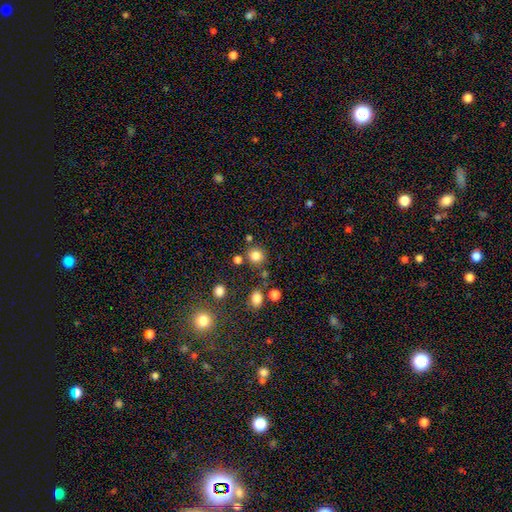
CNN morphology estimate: type=smooth (82%); roundness=round (87%); merging=none (79%).